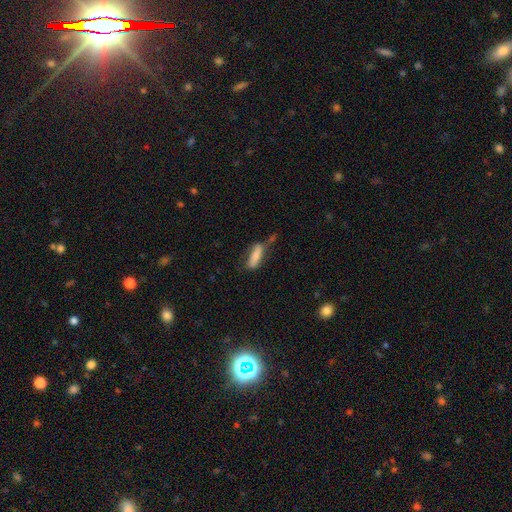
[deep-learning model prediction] This is likely a smooth galaxy (75%). How rounded: possibly cigar-shaped (52%). Merging: possibly none (48%).